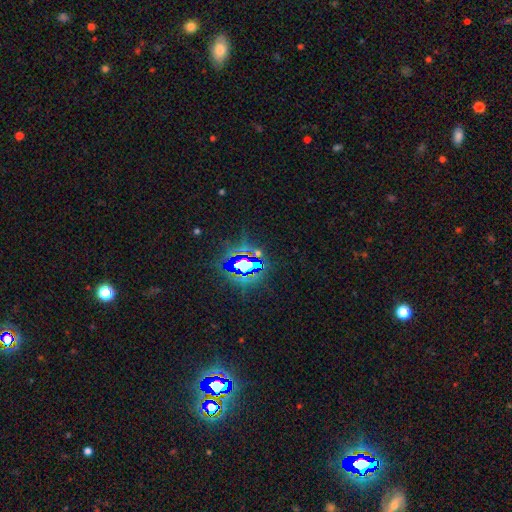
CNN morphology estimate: Smooth or featured? Predicted: star or artifact (p=0.82).